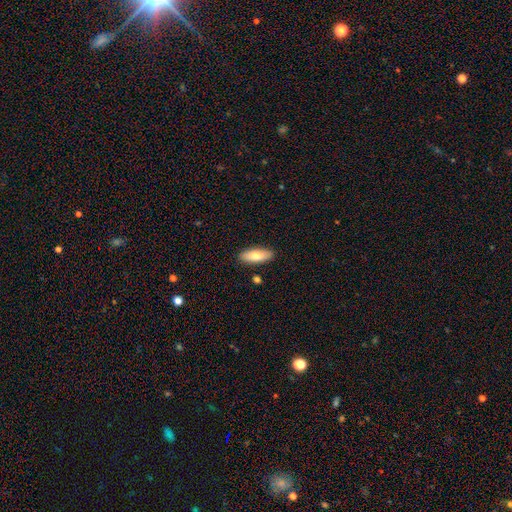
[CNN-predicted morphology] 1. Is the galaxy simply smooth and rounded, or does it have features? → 76% smooth, 18% featured or disk, 6% star or artifact.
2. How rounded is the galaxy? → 71% in between, 27% cigar-shaped, 2% round.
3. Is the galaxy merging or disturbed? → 87% none, 9% minor disturbance, 2% merger, 2% major disturbance.